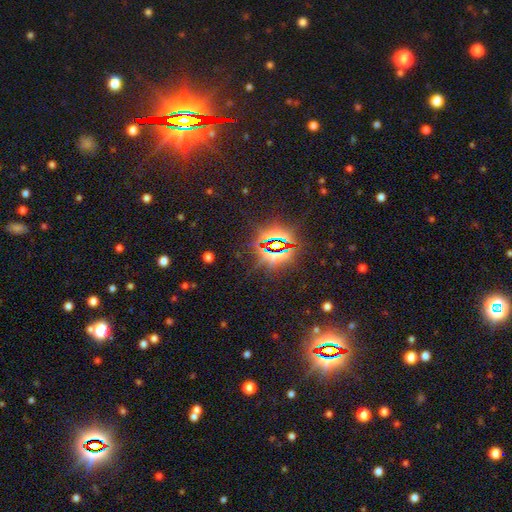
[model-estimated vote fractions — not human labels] Morphology: type=star or artifact (85%).